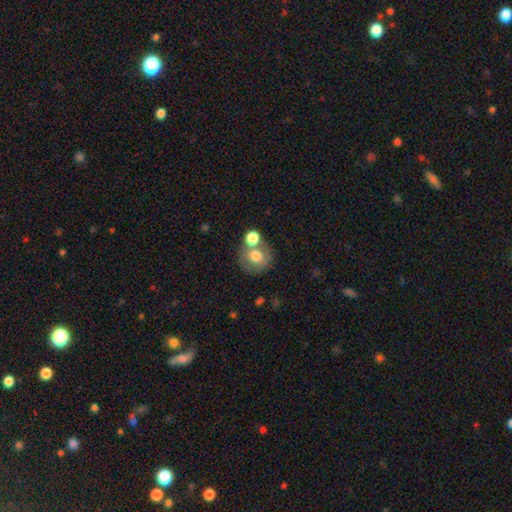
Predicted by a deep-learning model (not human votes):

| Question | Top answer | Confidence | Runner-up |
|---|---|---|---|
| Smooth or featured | smooth | 70% | featured or disk (21%) |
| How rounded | round | 84% | in between (15%) |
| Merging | none | 51% | merger (32%) |